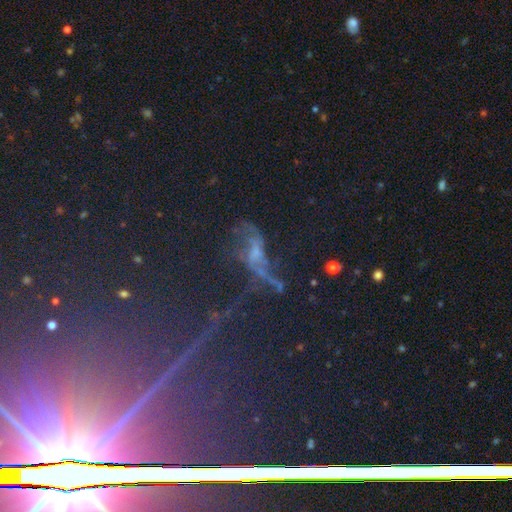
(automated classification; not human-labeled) Smooth or featured: star or artifact — 44% (featured or disk — 38%)